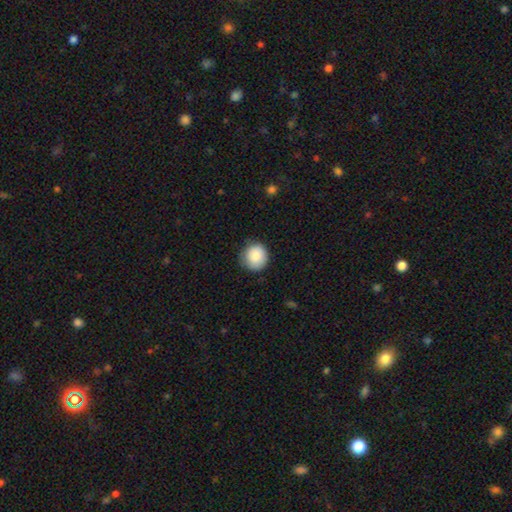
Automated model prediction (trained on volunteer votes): Q: Smooth or featured?
A: smooth (86%); runner-up: star or artifact (7%)
Q: How rounded?
A: round (90%); runner-up: in between (9%)
Q: Merging?
A: none (80%); runner-up: minor disturbance (16%)